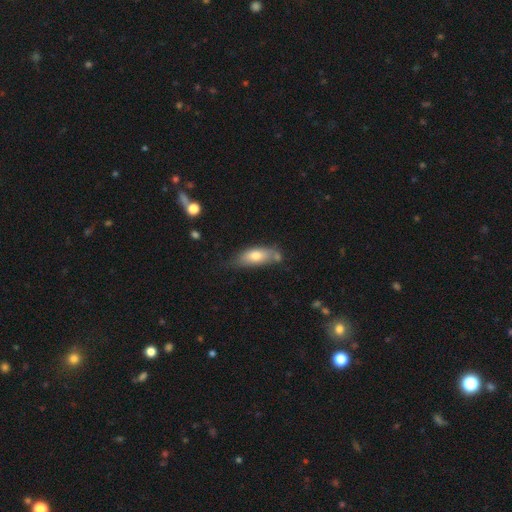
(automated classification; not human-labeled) Smooth or featured: smooth — 70% (featured or disk — 23%)
How rounded: in between — 77% (cigar-shaped — 20%)
Merging: none — 55% (minor disturbance — 27%)